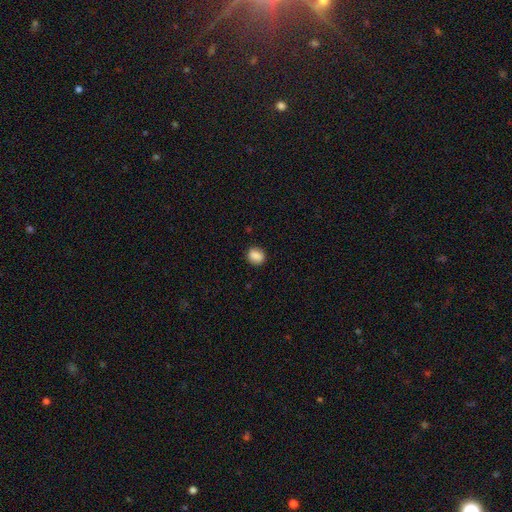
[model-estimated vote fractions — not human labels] smooth-or-featured: smooth: 87% | star or artifact: 9% | featured or disk: 5%
  how-rounded: round: 60% | in between: 39% | cigar-shaped: 1%
  merging: none: 85% | minor disturbance: 11% | major disturbance: 3% | merger: 1%